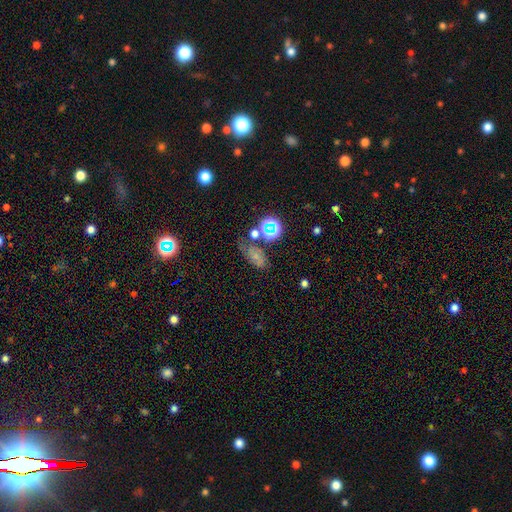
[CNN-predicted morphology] Smooth or featured?
  - smooth: 48% *
  - star or artifact: 27%
  - featured or disk: 24%
Merging?
  - none: 52% *
  - minor disturbance: 24%
  - major disturbance: 13%
  - merger: 12%